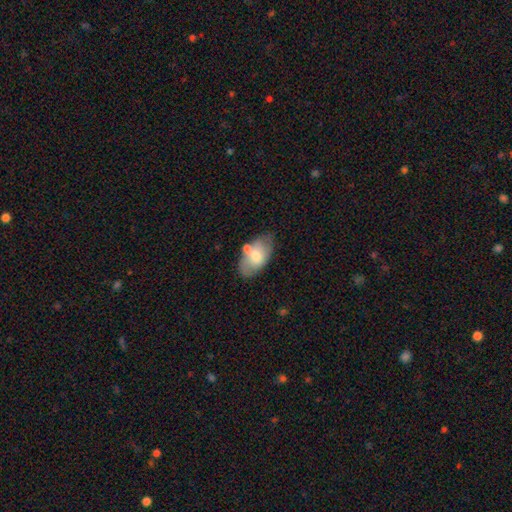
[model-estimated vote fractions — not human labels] smooth-or-featured: smooth: 60% | featured or disk: 34% | star or artifact: 6%
  how-rounded: in between: 92% | round: 6% | cigar-shaped: 2%
  merging: none: 58% | minor disturbance: 21% | merger: 15% | major disturbance: 6%